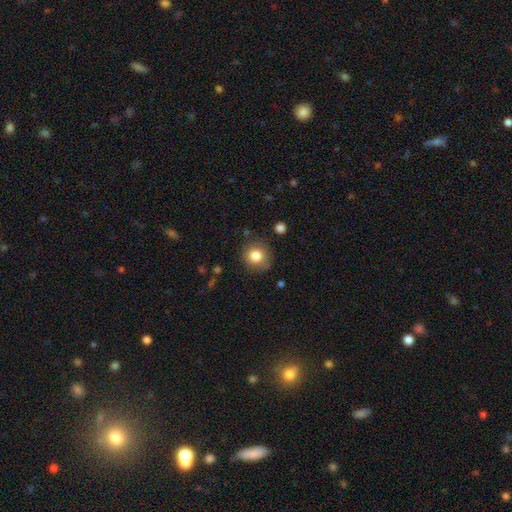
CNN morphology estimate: Smooth or featured?
  - smooth: 82% *
  - star or artifact: 11%
  - featured or disk: 8%
How rounded?
  - round: 90% *
  - in between: 9%
  - cigar-shaped: 1%
Merging?
  - none: 83% *
  - minor disturbance: 12%
  - major disturbance: 3%
  - merger: 2%